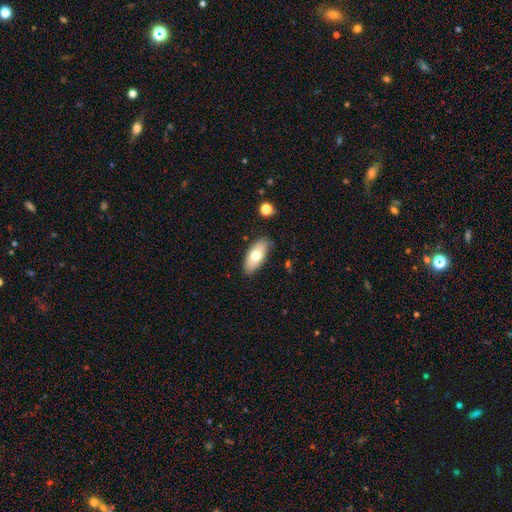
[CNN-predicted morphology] This is likely a smooth galaxy (72%). How rounded: clearly in between (88%). Merging: clearly none (83%).